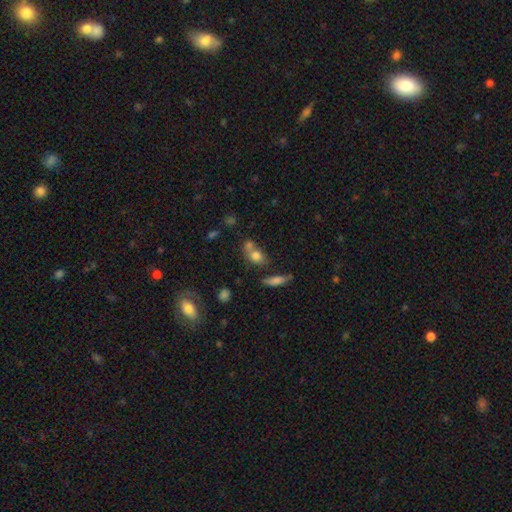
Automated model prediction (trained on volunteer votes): A smooth galaxy with no disk features (74%) that is round (48%, tied with in between). Merging: merger (47%).